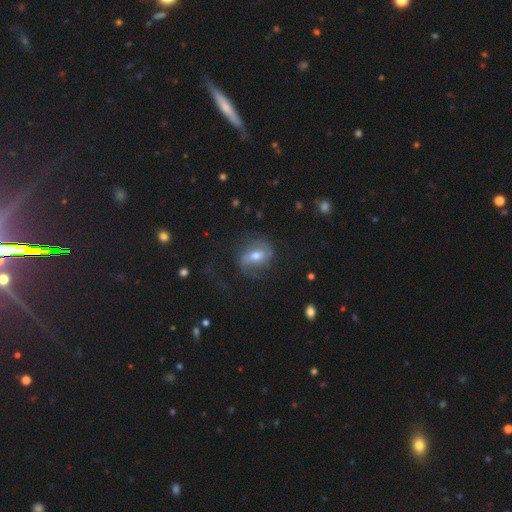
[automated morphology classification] type=featured or disk (73%); edge-on=no (96%); bar=weak (46%); spiral arms=yes (89%); winding=medium (43%); arm count=2 (77%); bulge=moderate (70%); merging=none (61%).